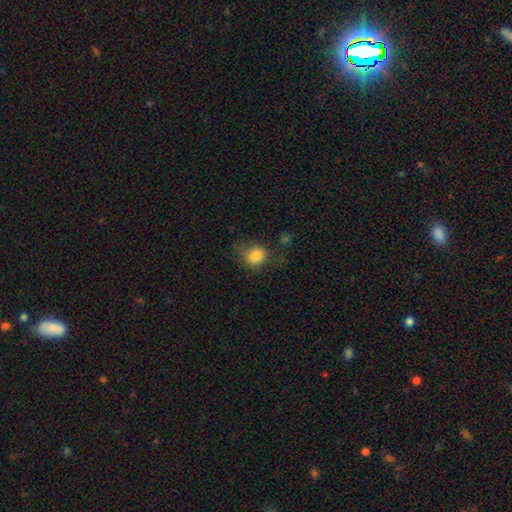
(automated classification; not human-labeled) smooth 83%, star or artifact 11%, featured or disk 6%. Down the decision tree: how rounded — round (70%); merging — none (58%).